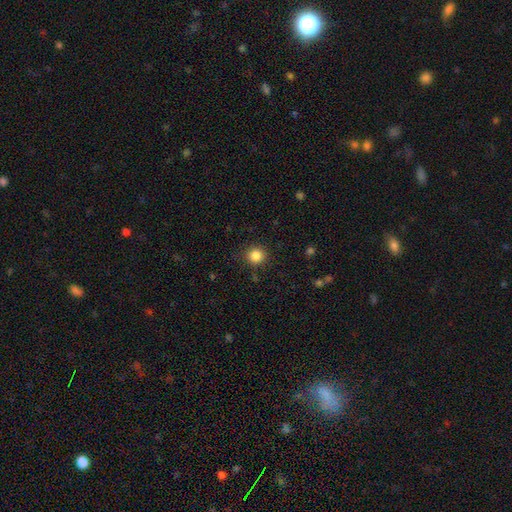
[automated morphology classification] smooth-or-featured: smooth: 84% | star or artifact: 11% | featured or disk: 4%
  how-rounded: round: 91% | in between: 8% | cigar-shaped: 1%
  merging: none: 89% | minor disturbance: 7% | major disturbance: 2% | merger: 1%